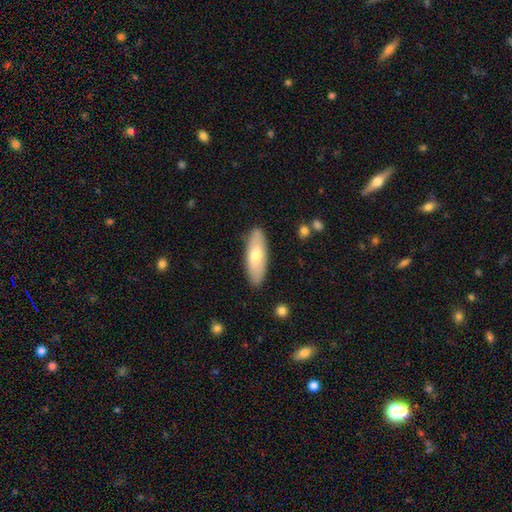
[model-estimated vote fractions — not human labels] Overall: smooth (67%; featured or disk 28%). How rounded: in between (66%; cigar-shaped 32%). Merging: none (88%).